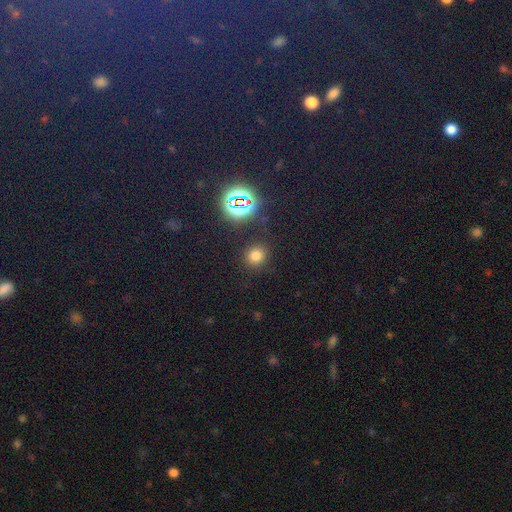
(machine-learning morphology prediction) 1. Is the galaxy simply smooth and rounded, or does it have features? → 71% smooth, 23% star or artifact, 6% featured or disk.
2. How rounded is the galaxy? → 85% round, 14% in between, 1% cigar-shaped.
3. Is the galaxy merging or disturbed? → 87% none, 8% minor disturbance, 4% major disturbance, 2% merger.